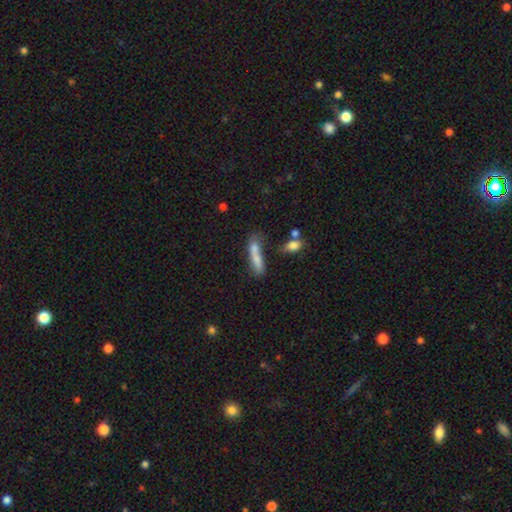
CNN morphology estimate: Overall: smooth (70%). How rounded: cigar-shaped (71%). Merging: none (42%; merger 31%).